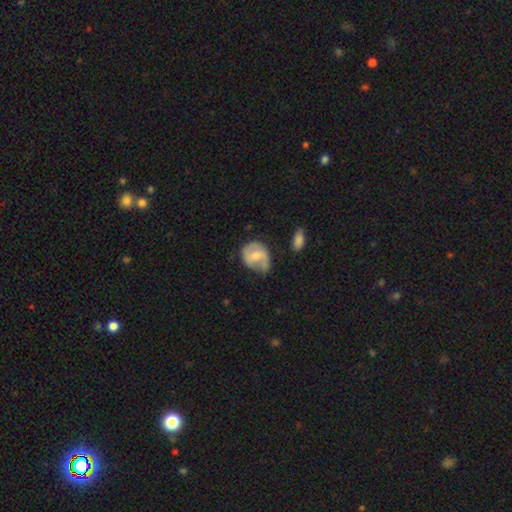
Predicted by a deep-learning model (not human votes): Smooth or featured? Predicted: featured or disk (p=0.51). Edge-on disk? Predicted: no (p=0.96). Merging? Predicted: none (p=0.49).